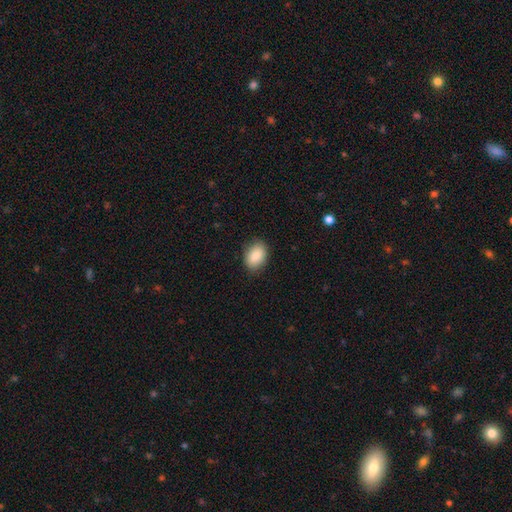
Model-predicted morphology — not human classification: type=smooth (87%); roundness=in between (80%); merging=none (84%).